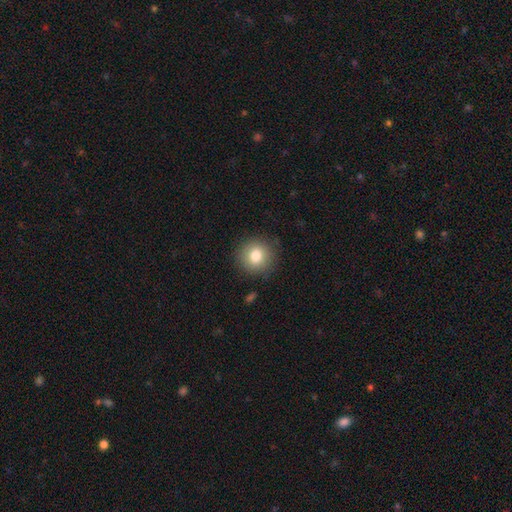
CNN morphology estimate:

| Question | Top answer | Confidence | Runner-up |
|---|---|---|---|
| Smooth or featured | smooth | 81% | featured or disk (10%) |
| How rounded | round | 90% | in between (9%) |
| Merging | none | 87% | minor disturbance (9%) |